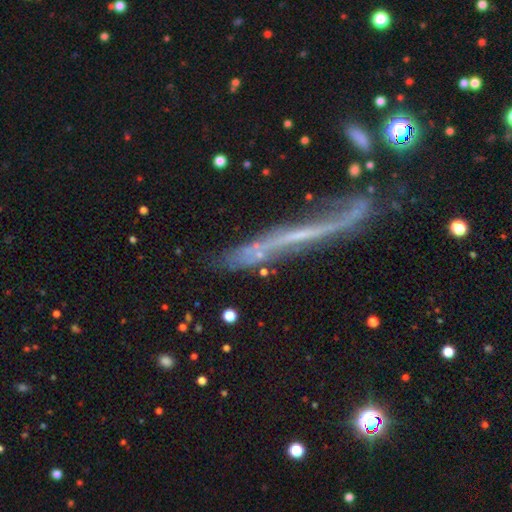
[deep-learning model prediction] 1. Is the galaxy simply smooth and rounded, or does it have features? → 57% featured or disk, 31% smooth, 12% star or artifact.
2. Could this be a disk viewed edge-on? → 70% yes, 30% no.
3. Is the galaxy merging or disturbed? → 61% none, 21% minor disturbance, 10% major disturbance, 8% merger.